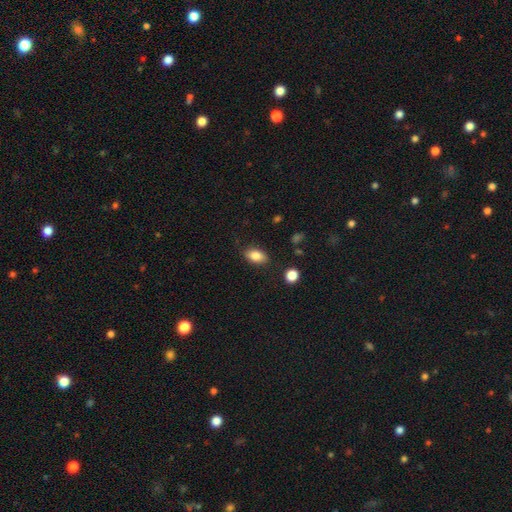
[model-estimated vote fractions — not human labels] A smooth galaxy with no disk features (83%) that is in between round and cigar-shaped (87%).

Vote fractions:
- Smooth or featured? smooth: 83% / star or artifact: 8% / featured or disk: 8%
- How rounded? in between: 87% / round: 9% / cigar-shaped: 3%
- Merging? none: 83% / minor disturbance: 12% / major disturbance: 3% / merger: 2%